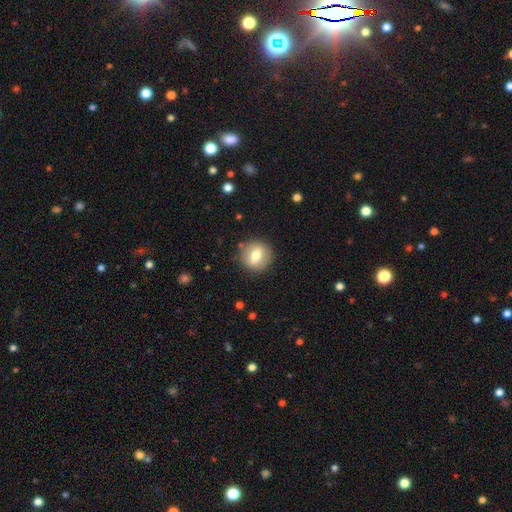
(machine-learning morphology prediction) Q: Smooth or featured?
A: smooth (63%); runner-up: featured or disk (29%)
Q: How rounded?
A: round (82%); runner-up: in between (16%)
Q: Merging?
A: none (87%); runner-up: minor disturbance (9%)